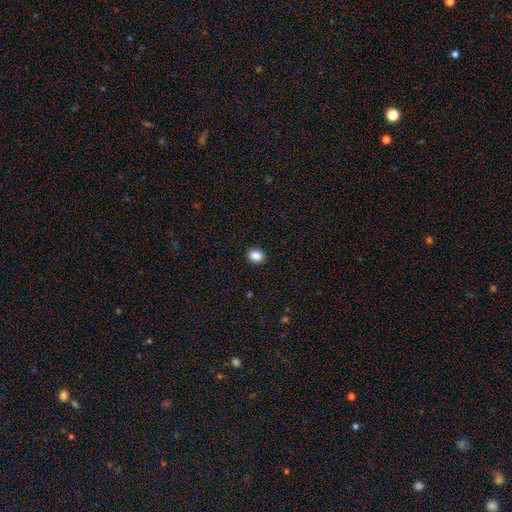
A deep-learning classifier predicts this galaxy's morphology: A smooth galaxy with no disk features (87%) that is in between round and cigar-shaped (56%). Merging: none (91%).